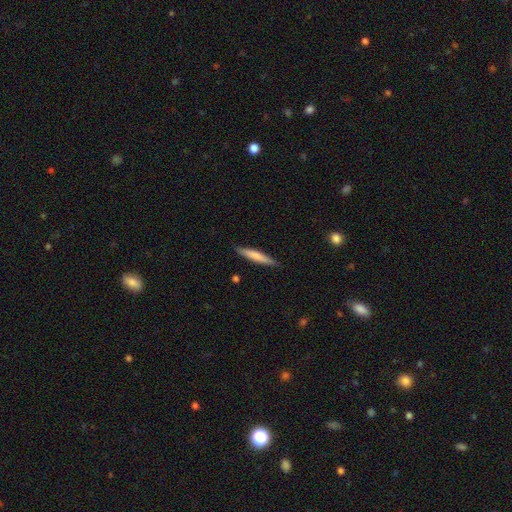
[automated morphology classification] This appears to be a smooth galaxy with no disk features (70%) that is cigar-shaped (92%). Merging: none (88%).